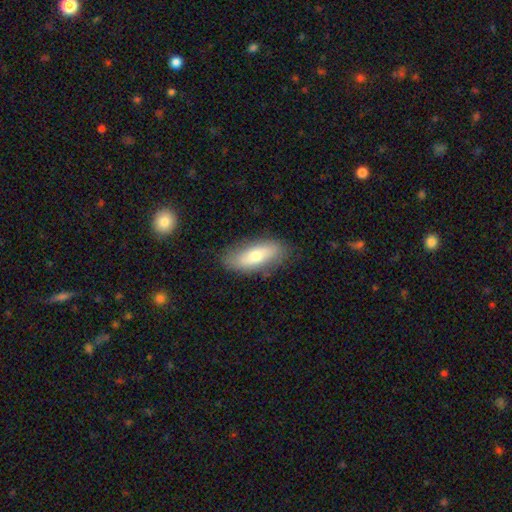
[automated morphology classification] Smooth or featured? smooth (66%)
How rounded? in between (76%)
Merging? none (82%)